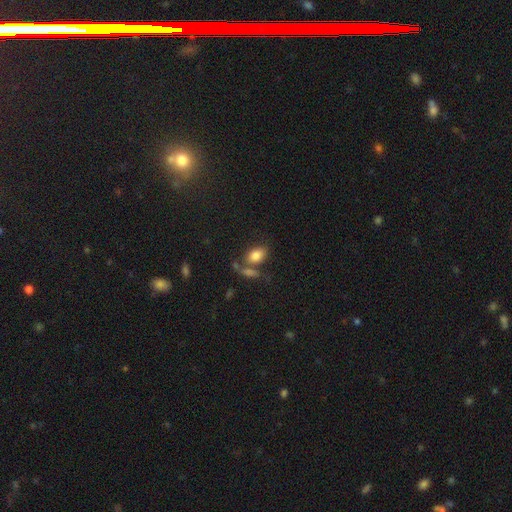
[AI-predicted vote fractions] The model was most divided on "merging": none: 54%, merger: 26%, minor disturbance: 14%, major disturbance: 6%. More confident: how rounded — in between (86%); smooth or featured — smooth (82%).